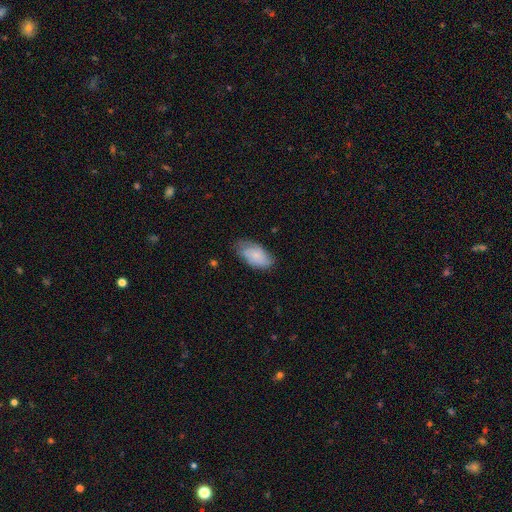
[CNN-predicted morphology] smooth 62%, featured or disk 31%, star or artifact 7%. Down the decision tree: how rounded — in between (93%); merging — none (65%).